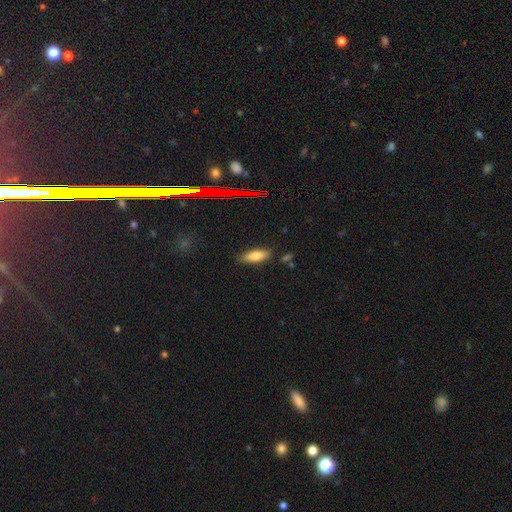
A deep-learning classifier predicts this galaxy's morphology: The model was most divided on "how rounded": in between: 67%, cigar-shaped: 31%, round: 2%. More confident: merging — none (82%); smooth or featured — smooth (77%).